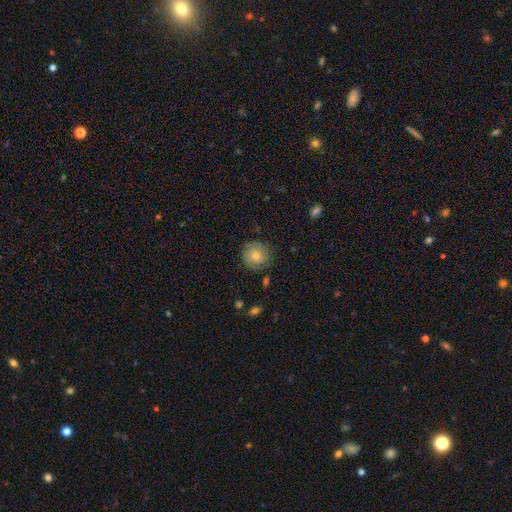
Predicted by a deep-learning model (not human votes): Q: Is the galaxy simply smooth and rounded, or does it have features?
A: smooth — 48%.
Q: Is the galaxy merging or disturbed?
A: none — 82%.